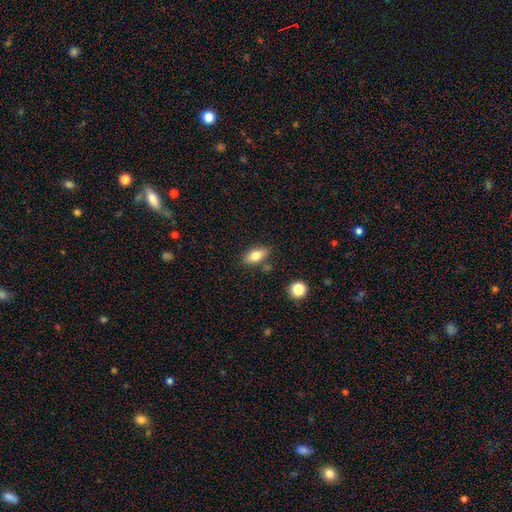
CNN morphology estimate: A smooth galaxy with no disk features (78%) that is in between round and cigar-shaped (85%). Merging: none (79%).